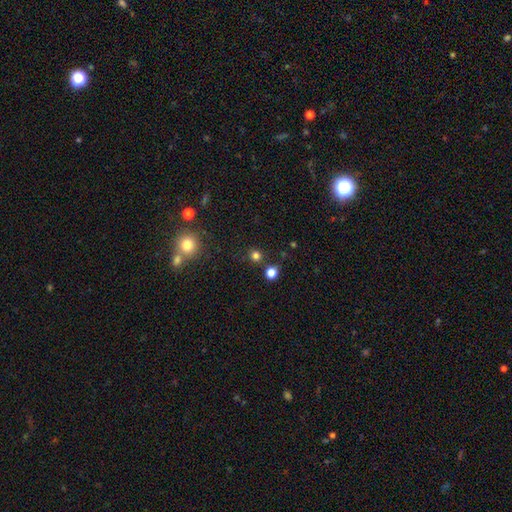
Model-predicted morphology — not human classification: Overall: smooth (78%). How rounded: round (91%). Merging: none (83%).